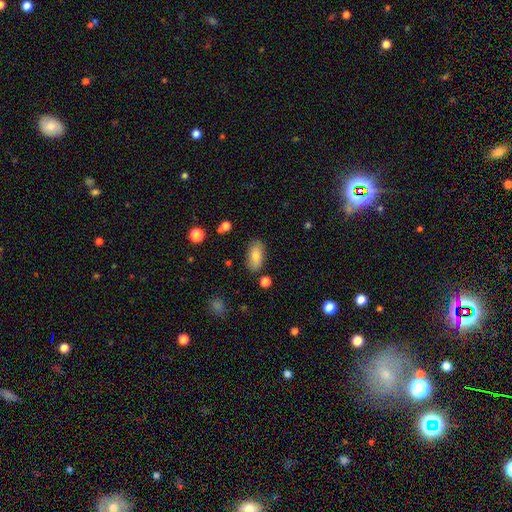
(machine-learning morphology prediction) The model was most divided on "smooth or featured": smooth: 78%, featured or disk: 14%, star or artifact: 8%. More confident: how rounded — in between (90%); merging — none (84%).